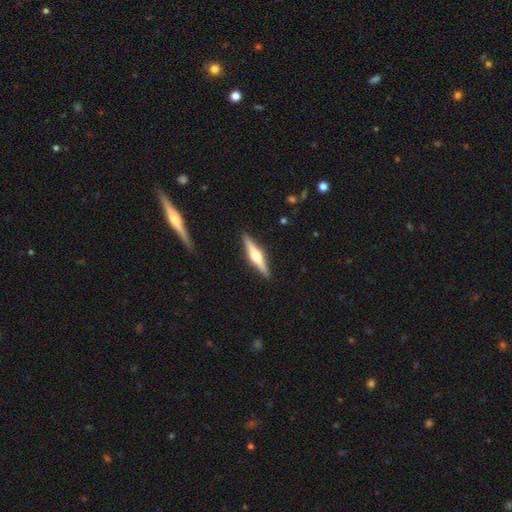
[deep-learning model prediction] Overall: featured or disk (70%). Edge-on disk: yes (98%). Edge-on bulge: rounded (92%). Merging: none (91%).